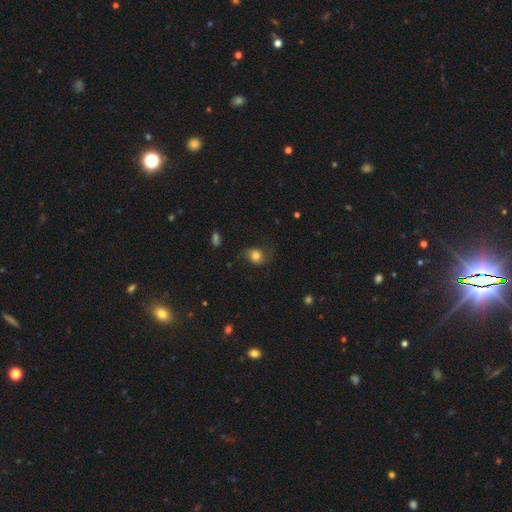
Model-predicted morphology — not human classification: This is likely a smooth galaxy (73%). How rounded: likely round (61%). Merging: likely none (62%).